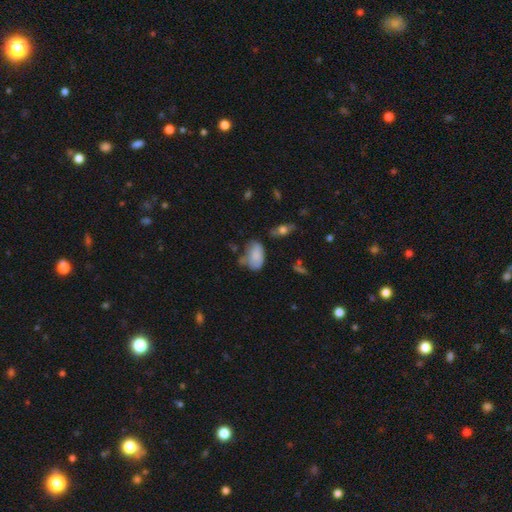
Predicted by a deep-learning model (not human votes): This is likely a smooth galaxy (73%). How rounded: clearly in between (89%). Merging: marginally minor disturbance (35%, tied with none).